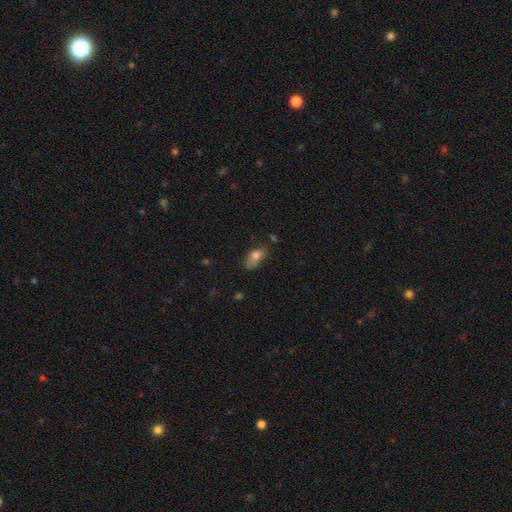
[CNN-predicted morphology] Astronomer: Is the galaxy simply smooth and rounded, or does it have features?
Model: smooth — 78%.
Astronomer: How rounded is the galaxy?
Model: in between — 86%.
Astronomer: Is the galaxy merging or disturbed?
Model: minor disturbance — 39% (runner-up: none, 38%).